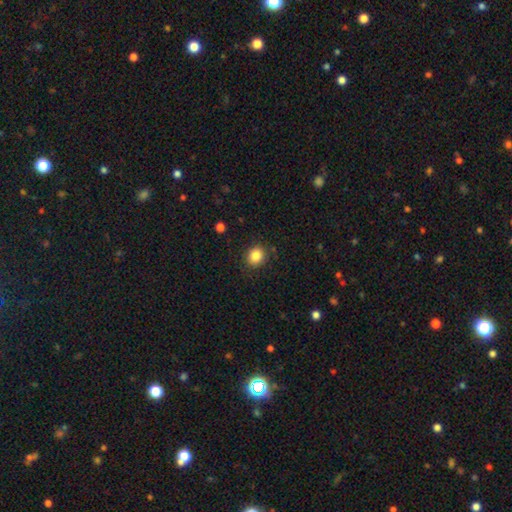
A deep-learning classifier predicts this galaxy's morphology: A smooth galaxy with no disk features (84%) that is round (77%).

Vote fractions:
- Smooth or featured? smooth: 84% / star or artifact: 10% / featured or disk: 6%
- How rounded? round: 77% / in between: 23% / cigar-shaped: 1%
- Merging? none: 87% / minor disturbance: 9% / major disturbance: 3% / merger: 1%